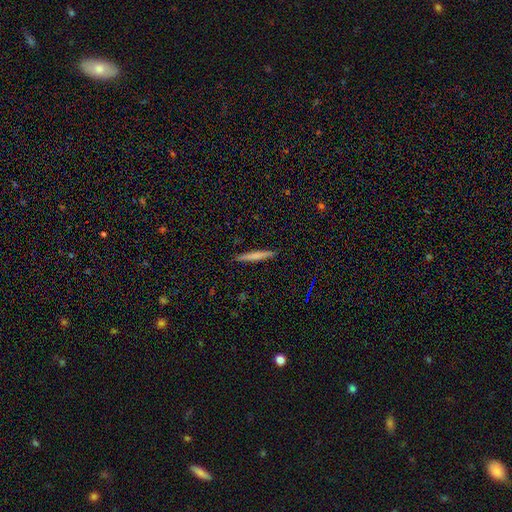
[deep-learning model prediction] Smooth or featured: smooth — 64% (featured or disk — 29%)
How rounded: cigar-shaped — 96% (in between — 3%)
Merging: none — 91% (minor disturbance — 6%)